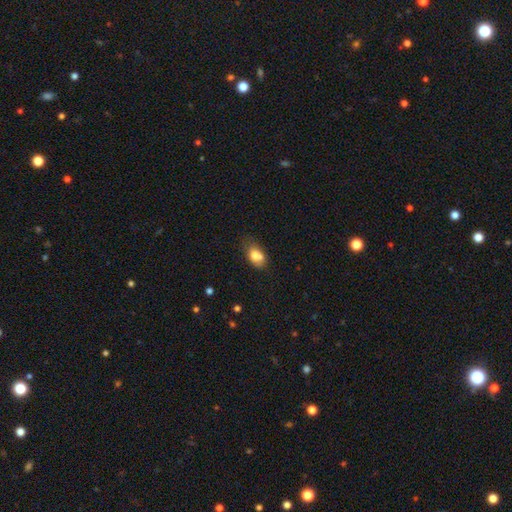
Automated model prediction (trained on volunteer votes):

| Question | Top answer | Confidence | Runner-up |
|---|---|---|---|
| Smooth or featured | smooth | 75% | featured or disk (16%) |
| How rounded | in between | 80% | round (18%) |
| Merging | none | 41% | minor disturbance (25%) |